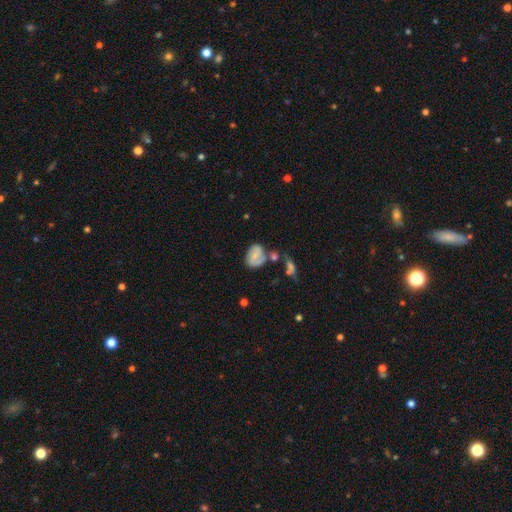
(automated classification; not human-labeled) featured or disk 47%, smooth 45%, star or artifact 8%. Down the decision tree: merging — none (46%).